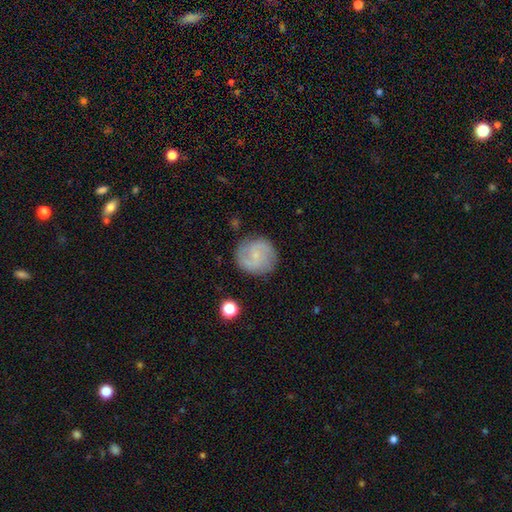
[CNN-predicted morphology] type=featured or disk (53%); edge-on=no (98%); bar=no (51%); spiral arms=yes (86%); bulge=small (71%); merging=none (81%).